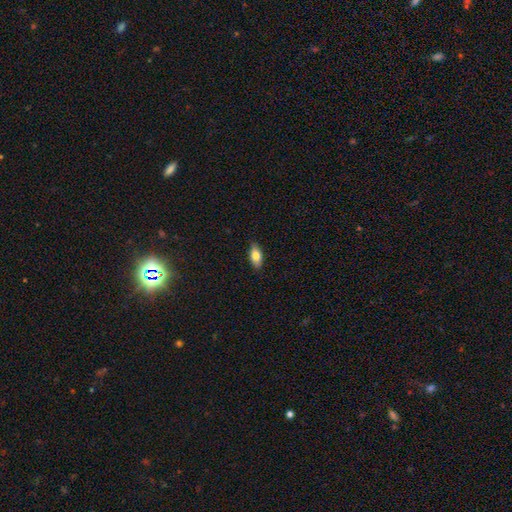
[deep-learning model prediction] smooth-or-featured: smooth: 79% | featured or disk: 14% | star or artifact: 7%
  how-rounded: in between: 86% | cigar-shaped: 11% | round: 3%
  merging: none: 88% | minor disturbance: 9% | major disturbance: 2% | merger: 1%